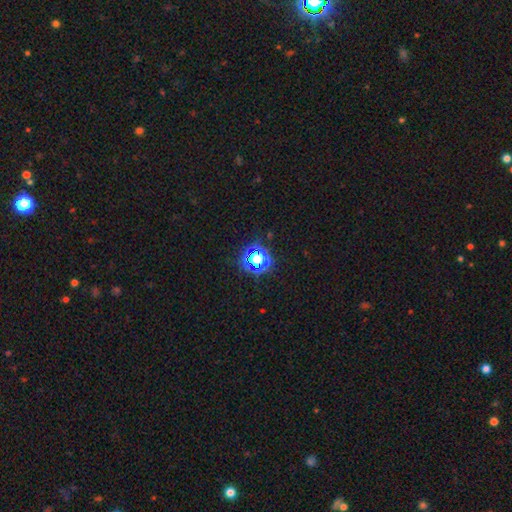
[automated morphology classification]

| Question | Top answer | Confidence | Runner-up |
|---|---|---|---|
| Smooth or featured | star or artifact | 62% | smooth (28%) |